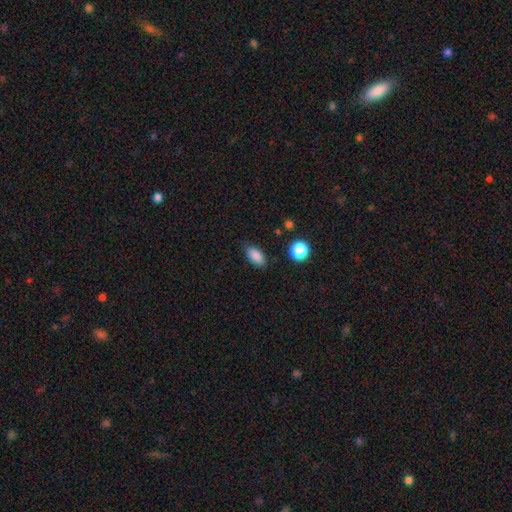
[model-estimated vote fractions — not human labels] Smooth or featured?
  - smooth: 86% *
  - star or artifact: 9%
  - featured or disk: 5%
How rounded?
  - in between: 89% *
  - round: 7%
  - cigar-shaped: 5%
Merging?
  - none: 77% *
  - minor disturbance: 18%
  - major disturbance: 4%
  - merger: 2%